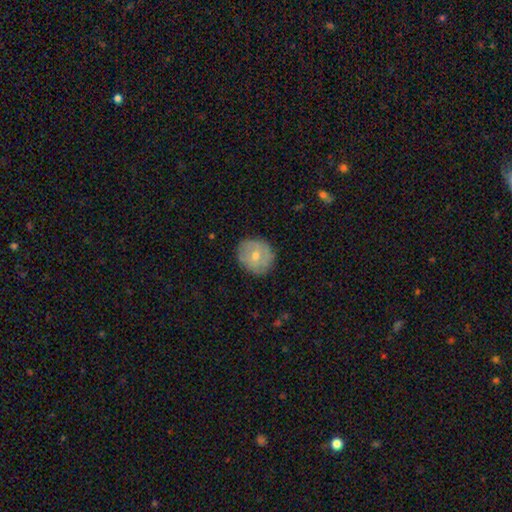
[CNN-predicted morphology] A smooth galaxy with no disk features (47%). Merging: none (83%).